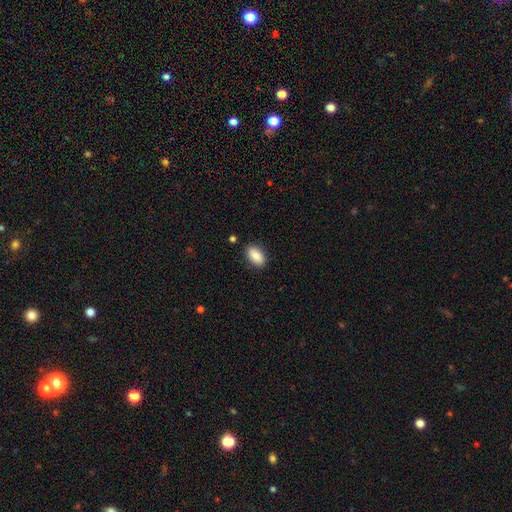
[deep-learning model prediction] Smooth or featured? Predicted: smooth (p=0.87). How rounded? Predicted: in between (p=0.93). Merging? Predicted: none (p=0.87).